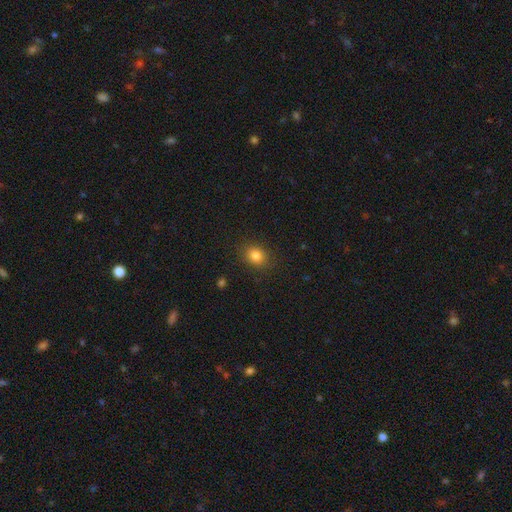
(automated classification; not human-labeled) Overall: smooth (83%). How rounded: round (57%; in between 42%). Merging: none (88%).